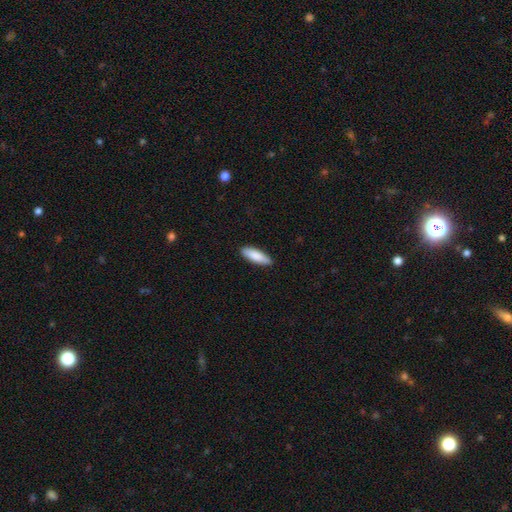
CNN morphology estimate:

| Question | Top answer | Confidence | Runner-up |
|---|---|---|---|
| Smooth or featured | smooth | 86% | featured or disk (9%) |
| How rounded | in between | 52% | cigar-shaped (46%) |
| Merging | none | 88% | minor disturbance (9%) |